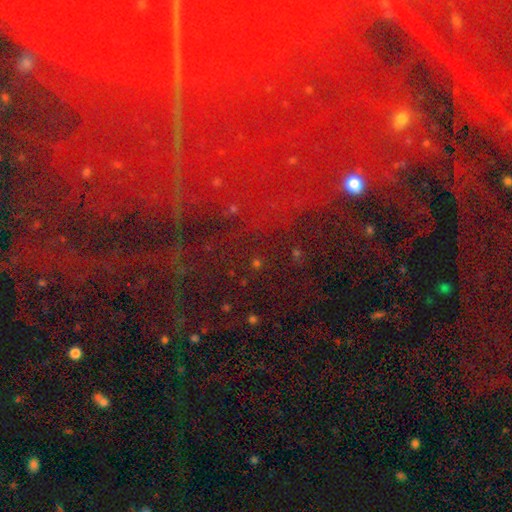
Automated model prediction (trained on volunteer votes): A star or artifact, not a galaxy (83%).